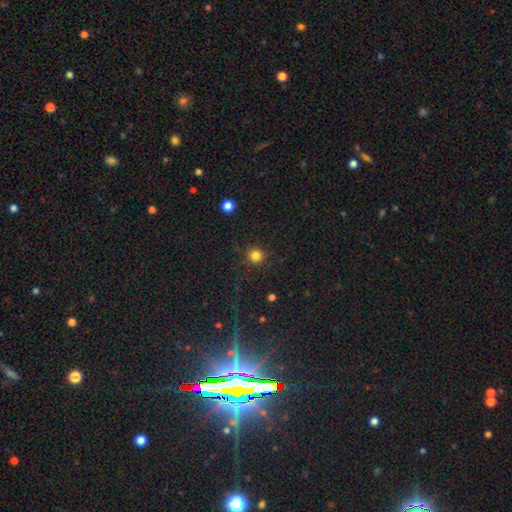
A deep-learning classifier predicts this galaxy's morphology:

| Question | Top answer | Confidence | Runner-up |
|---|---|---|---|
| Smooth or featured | smooth | 81% | star or artifact (14%) |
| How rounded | round | 93% | in between (6%) |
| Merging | none | 88% | minor disturbance (7%) |